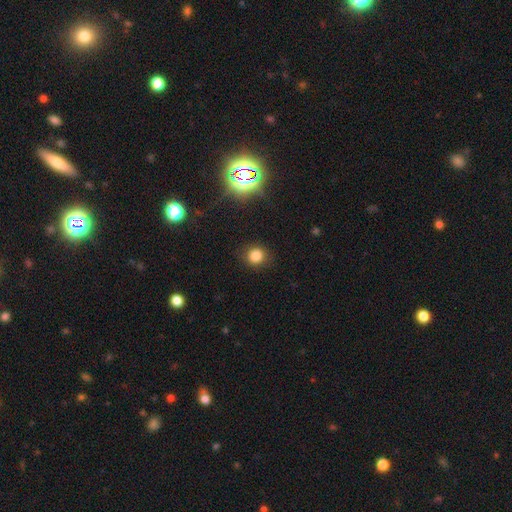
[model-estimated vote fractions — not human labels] This is clearly a smooth galaxy (81%). How rounded: clearly round (84%). Merging: clearly none (86%).